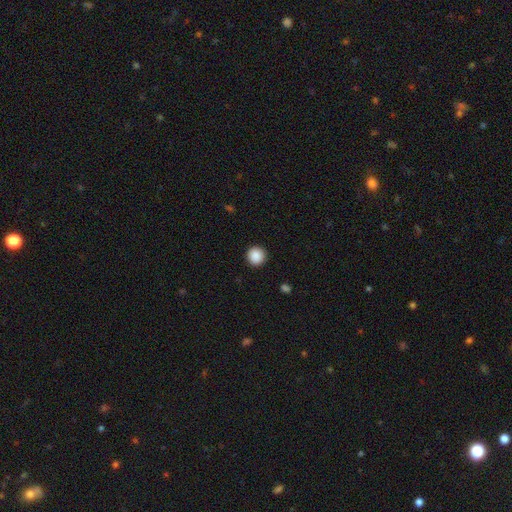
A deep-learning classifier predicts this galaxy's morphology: A smooth galaxy with no disk features (89%) that is round (95%).

Vote fractions:
- Smooth or featured? smooth: 89% / star or artifact: 8% / featured or disk: 2%
- How rounded? round: 95% / in between: 4% / cigar-shaped: 1%
- Merging? none: 92% / minor disturbance: 5% / major disturbance: 2% / merger: 1%